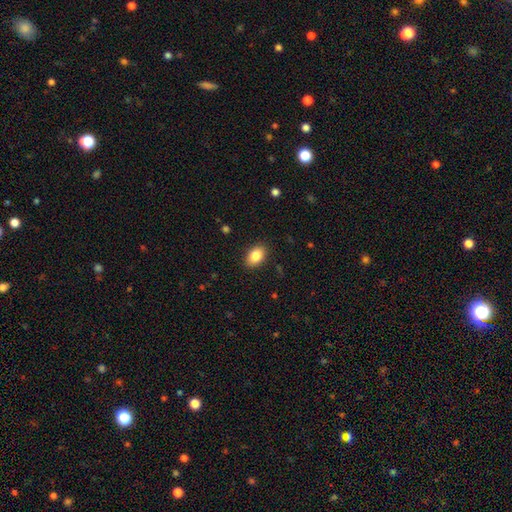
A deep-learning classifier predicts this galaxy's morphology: Smooth or featured? Predicted: smooth (p=0.85). How rounded? Predicted: in between (p=0.87). Merging? Predicted: none (p=0.88).